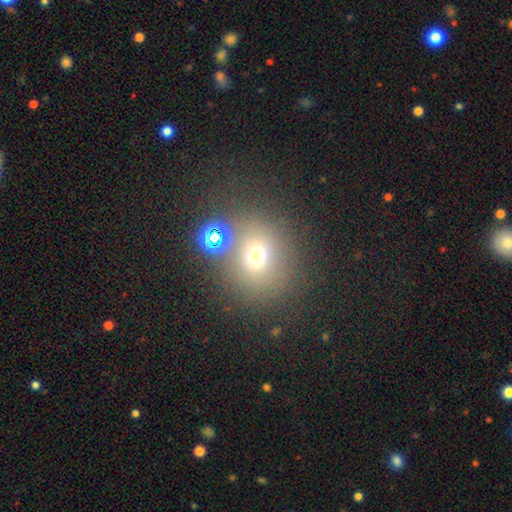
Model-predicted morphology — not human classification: A smooth galaxy with no disk features (69%) that is round (79%).

Vote fractions:
- Smooth or featured? smooth: 69% / star or artifact: 21% / featured or disk: 11%
- How rounded? round: 79% / in between: 20% / cigar-shaped: 1%
- Merging? none: 70% / merger: 13% / minor disturbance: 10% / major disturbance: 6%